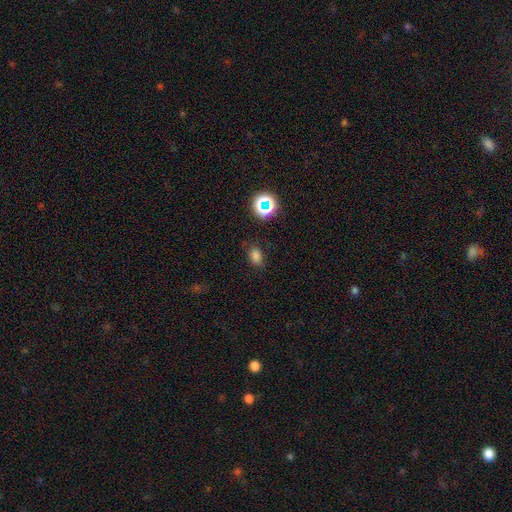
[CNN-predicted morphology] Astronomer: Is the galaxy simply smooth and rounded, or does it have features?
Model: smooth — 75%.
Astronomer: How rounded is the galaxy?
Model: in between — 77%.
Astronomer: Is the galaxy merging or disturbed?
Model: none — 77%.